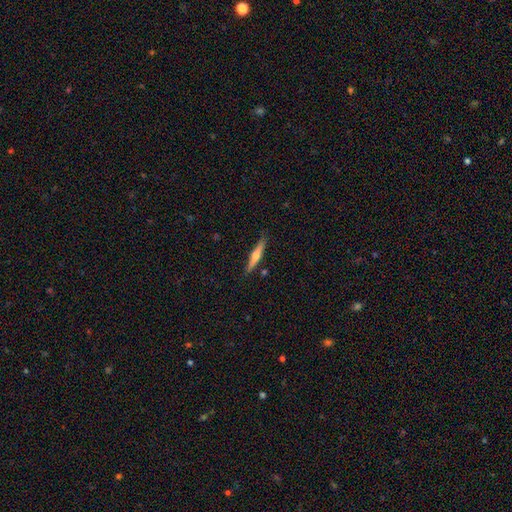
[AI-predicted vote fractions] This appears to be a featured or disk galaxy (53%) viewed edge-on (96%) with a rounded central bulge (83%). Merging: none (87%).